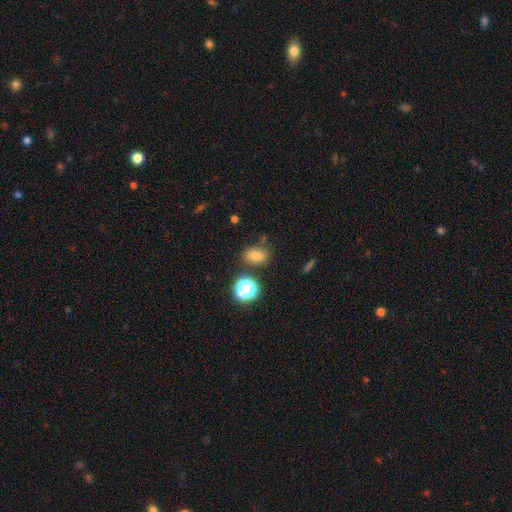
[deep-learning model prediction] The model was most divided on "how rounded": in between: 72%, round: 26%, cigar-shaped: 2%. More confident: merging — none (75%); smooth or featured — smooth (72%).